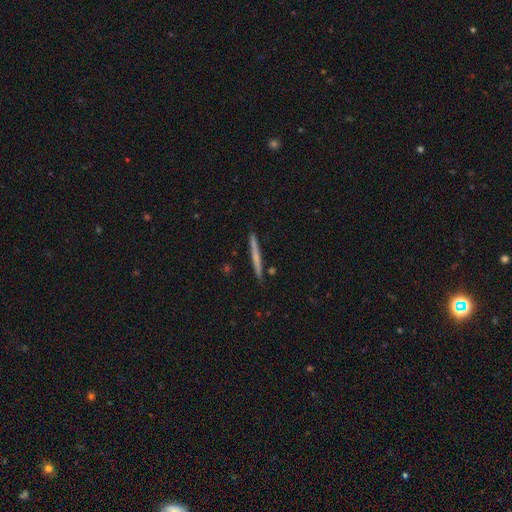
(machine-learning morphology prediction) This is possibly a smooth galaxy (50%). How rounded: clearly cigar-shaped (97%). Merging: clearly none (90%).